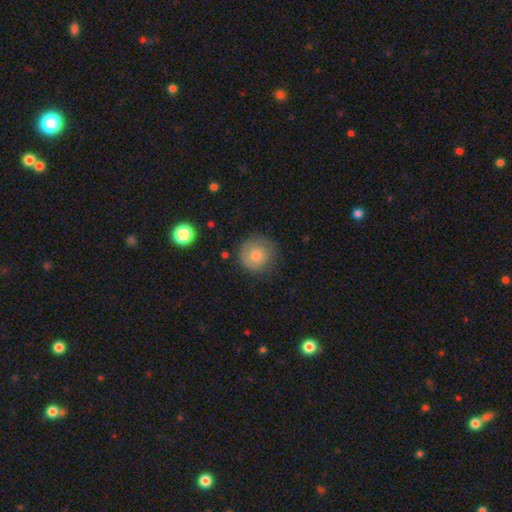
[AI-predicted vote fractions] A smooth galaxy with no disk features (67%) that is round (94%). Merging: none (78%).